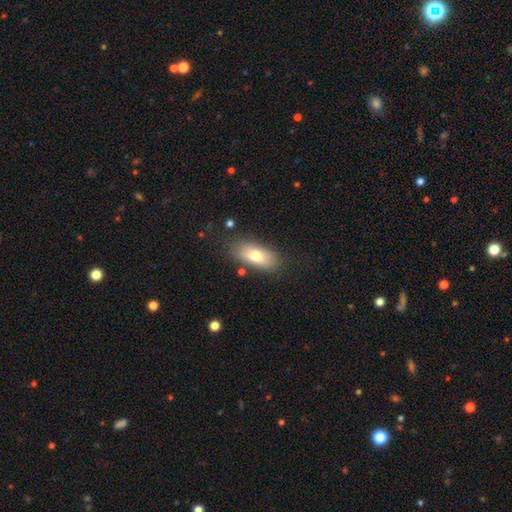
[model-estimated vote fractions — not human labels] Morphology: type=smooth (71%); roundness=in between (82%); merging=none (78%).